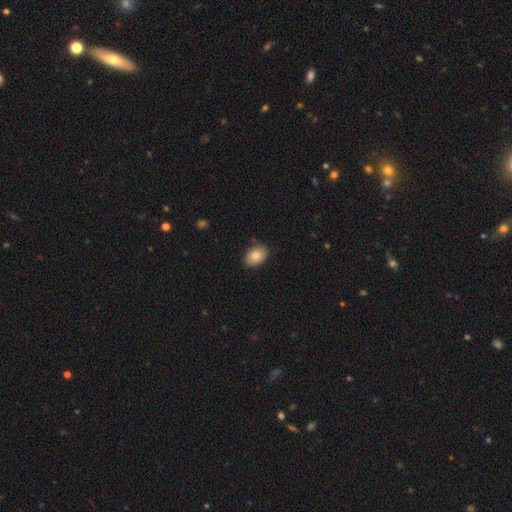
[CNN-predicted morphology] Overall: smooth (83%). How rounded: in between (79%). Merging: none (82%).